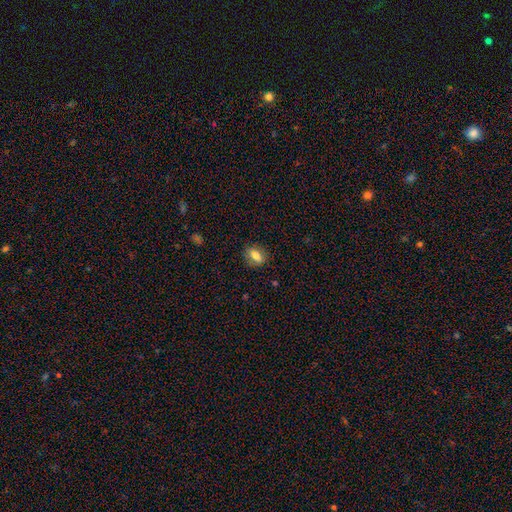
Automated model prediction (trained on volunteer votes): smooth_or_featured: smooth (p=0.77) [alt: featured or disk p=0.13]
how_rounded: in between (p=0.72) [alt: round p=0.23]
merging: none (p=0.82) [alt: minor disturbance p=0.13]